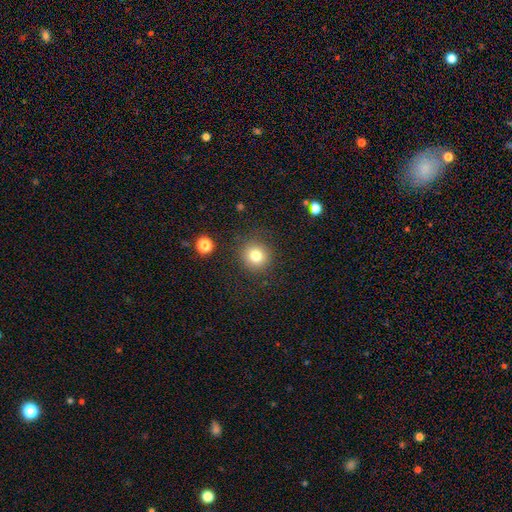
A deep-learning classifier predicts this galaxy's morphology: A smooth galaxy with no disk features (80%) that is round (92%).

Vote fractions:
- Smooth or featured? smooth: 80% / star or artifact: 12% / featured or disk: 8%
- How rounded? round: 92% / in between: 7% / cigar-shaped: 1%
- Merging? none: 87% / minor disturbance: 8% / major disturbance: 3% / merger: 2%